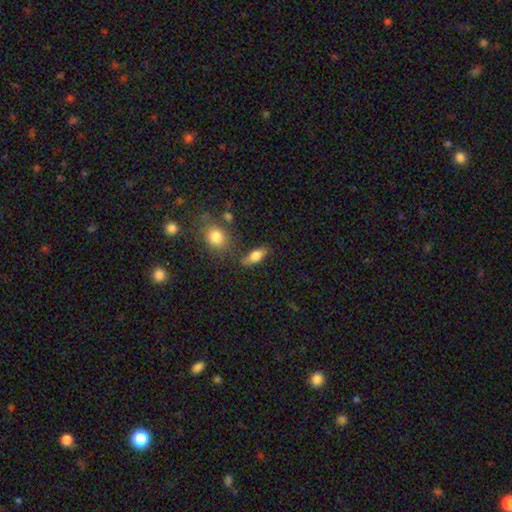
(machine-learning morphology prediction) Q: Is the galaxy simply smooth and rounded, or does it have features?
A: smooth — 76%.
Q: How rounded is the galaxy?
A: in between — 76%.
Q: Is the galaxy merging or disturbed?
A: none — 67%.